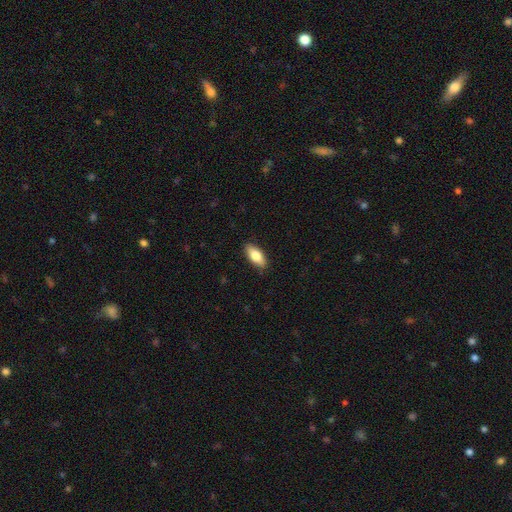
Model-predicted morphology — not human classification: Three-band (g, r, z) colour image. It shows a smooth galaxy with no disk features (80%) that is in between round and cigar-shaped (84%). Merging: none (88%).